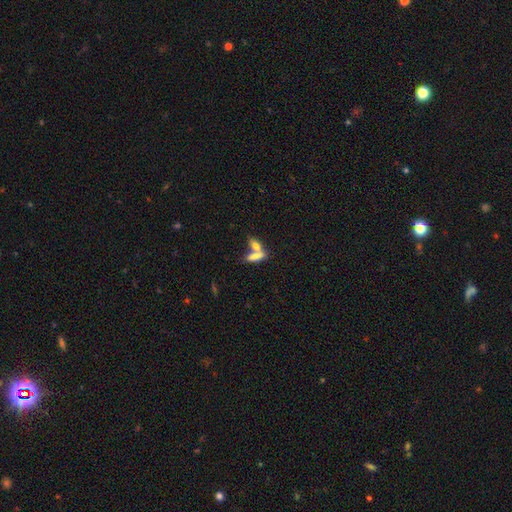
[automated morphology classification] smooth-or-featured: smooth: 75% | featured or disk: 16% | star or artifact: 8%
  how-rounded: in between: 60% | cigar-shaped: 35% | round: 5%
  merging: merger: 58% | none: 30% | minor disturbance: 8% | major disturbance: 4%